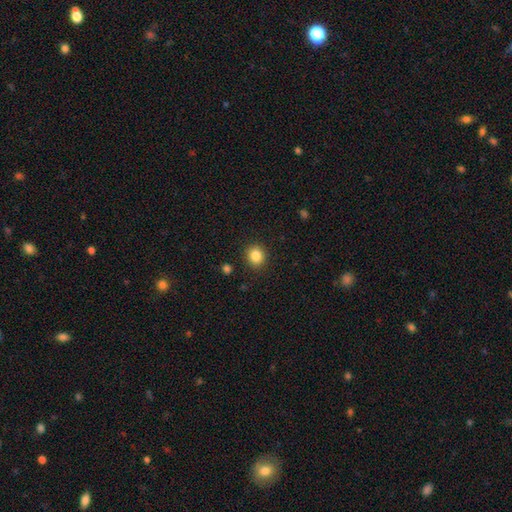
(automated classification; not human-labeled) Overall: smooth (85%). How rounded: round (82%). Merging: none (90%).